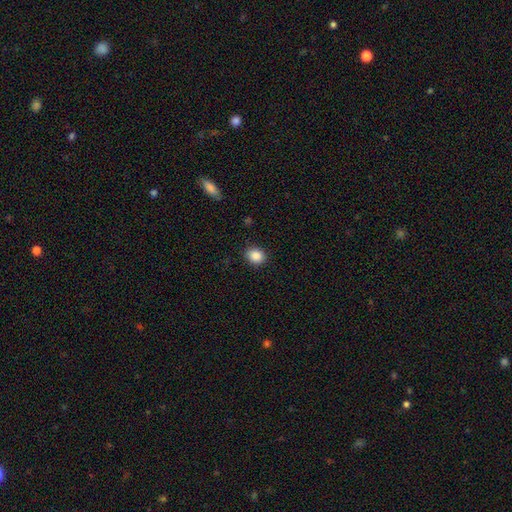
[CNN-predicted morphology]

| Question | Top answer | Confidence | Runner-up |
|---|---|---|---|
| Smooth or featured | smooth | 88% | star or artifact (9%) |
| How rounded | round | 59% | in between (40%) |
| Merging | none | 88% | minor disturbance (9%) |